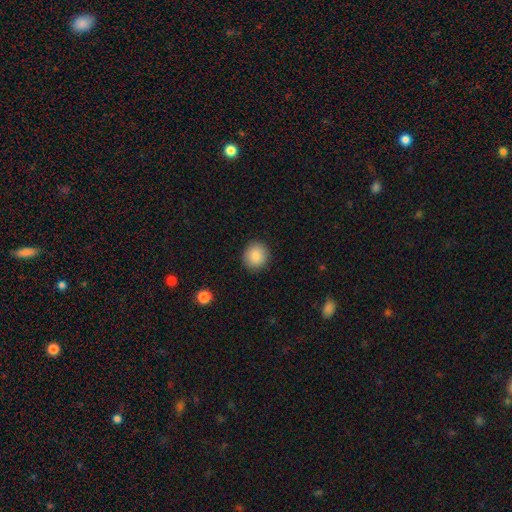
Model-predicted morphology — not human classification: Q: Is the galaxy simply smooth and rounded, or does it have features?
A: smooth — 88%.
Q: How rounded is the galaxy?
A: round — 88%.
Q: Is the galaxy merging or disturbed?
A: none — 90%.